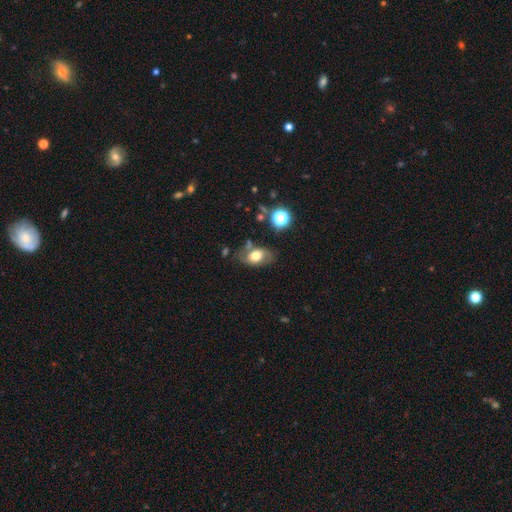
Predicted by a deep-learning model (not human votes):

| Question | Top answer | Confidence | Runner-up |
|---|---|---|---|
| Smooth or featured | smooth | 61% | featured or disk (29%) |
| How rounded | in between | 85% | round (14%) |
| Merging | none | 62% | minor disturbance (22%) |